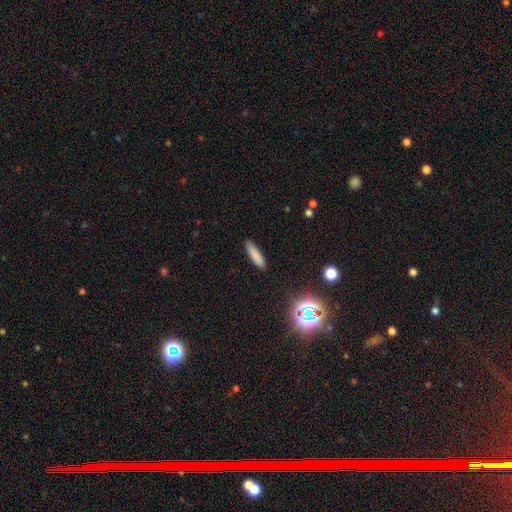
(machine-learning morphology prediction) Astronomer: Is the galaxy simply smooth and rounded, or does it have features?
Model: smooth — 83%.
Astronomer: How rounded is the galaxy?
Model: cigar-shaped — 74%.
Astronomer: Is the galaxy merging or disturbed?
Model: none — 88%.